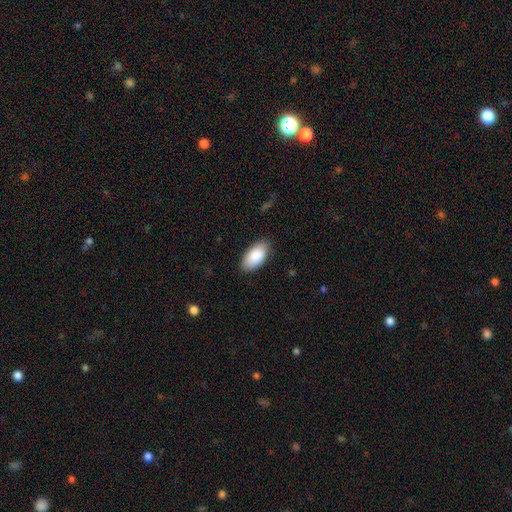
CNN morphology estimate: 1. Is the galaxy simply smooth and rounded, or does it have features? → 88% smooth, 6% star or artifact, 6% featured or disk.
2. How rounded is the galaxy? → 95% in between, 2% cigar-shaped, 2% round.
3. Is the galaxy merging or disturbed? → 84% none, 12% minor disturbance, 2% major disturbance, 1% merger.